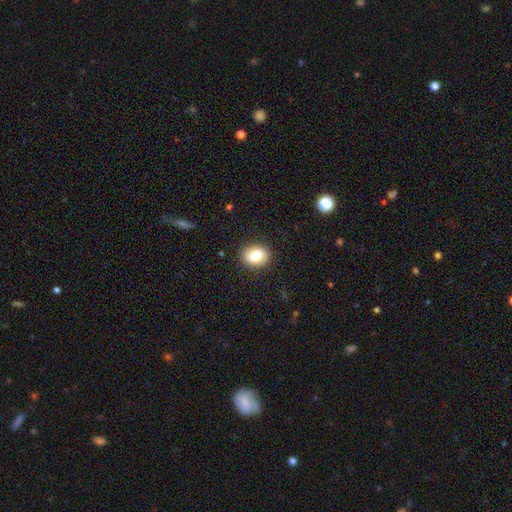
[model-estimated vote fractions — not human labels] Smooth or featured? Predicted: smooth (p=0.79). How rounded? Predicted: in between (p=0.53). Merging? Predicted: none (p=0.88).